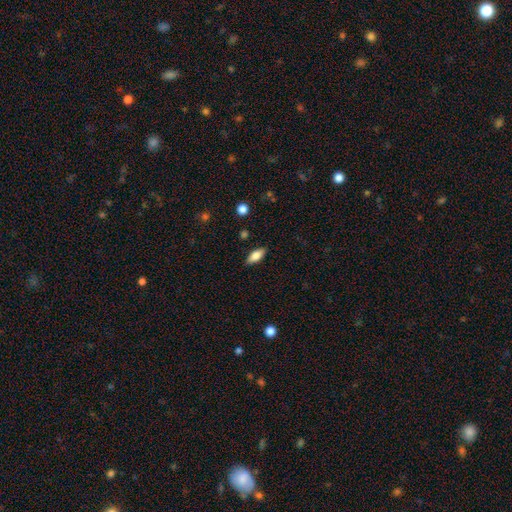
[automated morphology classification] Smooth or featured?
  - smooth: 74% *
  - featured or disk: 19%
  - star or artifact: 7%
How rounded?
  - in between: 79% *
  - cigar-shaped: 18%
  - round: 3%
Merging?
  - none: 87% *
  - minor disturbance: 10%
  - major disturbance: 2%
  - merger: 1%